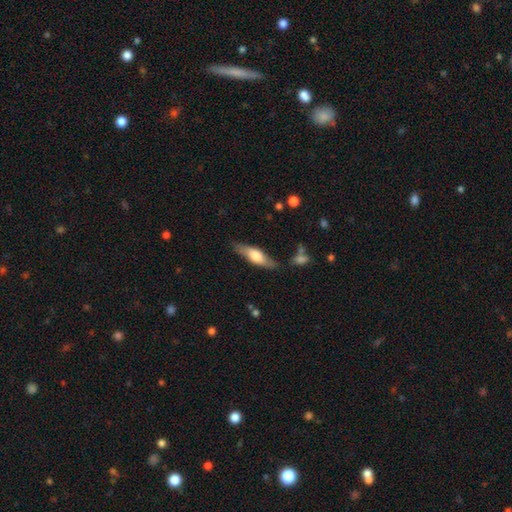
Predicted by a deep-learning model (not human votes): smooth-or-featured: smooth: 54% | featured or disk: 41% | star or artifact: 6%
  how-rounded: cigar-shaped: 52% | in between: 45% | round: 2%
  merging: none: 75% | minor disturbance: 17% | major disturbance: 4% | merger: 3%